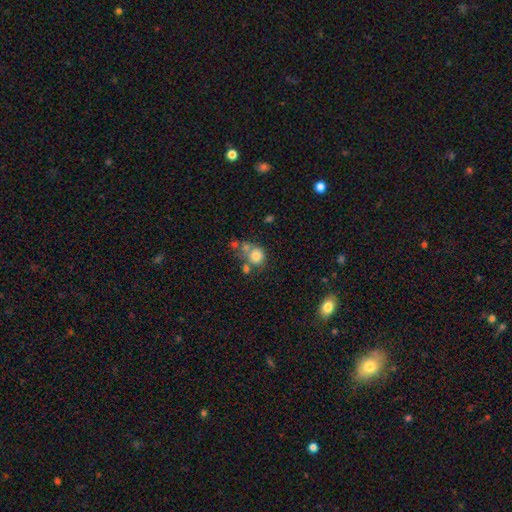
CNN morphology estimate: A smooth galaxy with no disk features (77%) that is round (83%).

Vote fractions:
- Smooth or featured? smooth: 77% / featured or disk: 13% / star or artifact: 11%
- How rounded? round: 83% / in between: 16% / cigar-shaped: 1%
- Merging? none: 45% / merger: 31% / minor disturbance: 15% / major disturbance: 9%